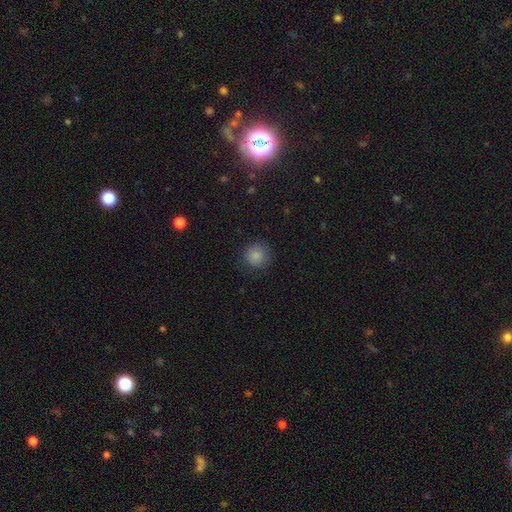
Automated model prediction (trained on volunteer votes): Smooth or featured: smooth — 86% (star or artifact — 10%)
How rounded: round — 91% (in between — 8%)
Merging: none — 83% (minor disturbance — 12%)